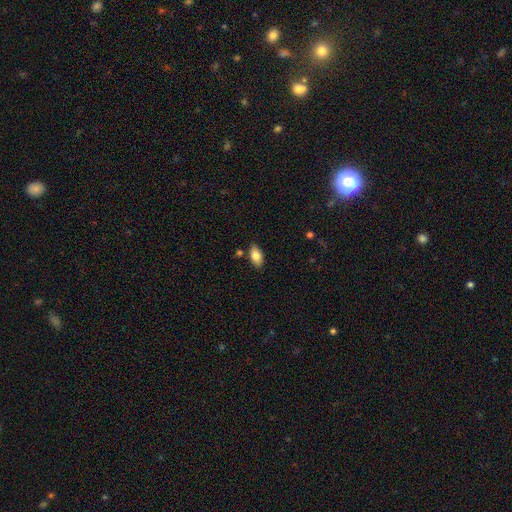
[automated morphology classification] Overall: smooth (80%). How rounded: in between (91%). Merging: none (79%).